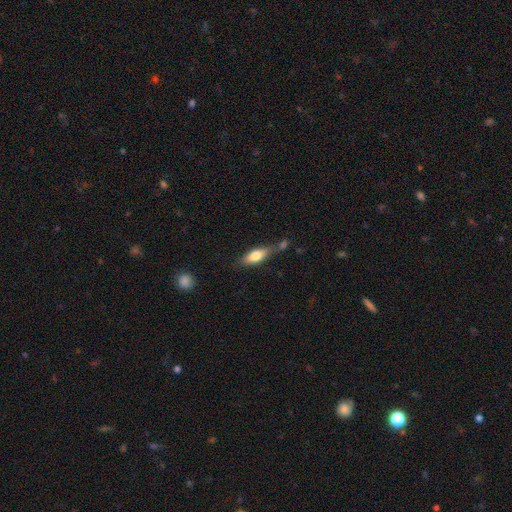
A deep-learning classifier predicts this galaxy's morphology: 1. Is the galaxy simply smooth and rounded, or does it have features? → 71% smooth, 22% featured or disk, 7% star or artifact.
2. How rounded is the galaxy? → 65% in between, 32% cigar-shaped, 3% round.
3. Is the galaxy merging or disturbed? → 55% none, 22% minor disturbance, 16% merger, 7% major disturbance.